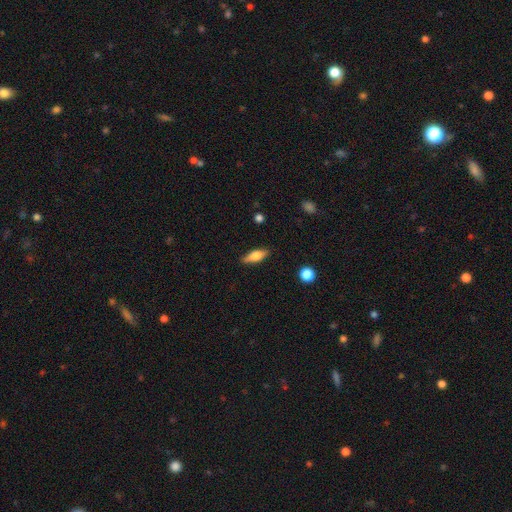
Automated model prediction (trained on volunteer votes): smooth 64%, featured or disk 29%, star or artifact 7%. Down the decision tree: how rounded — in between (61%); merging — none (84%).